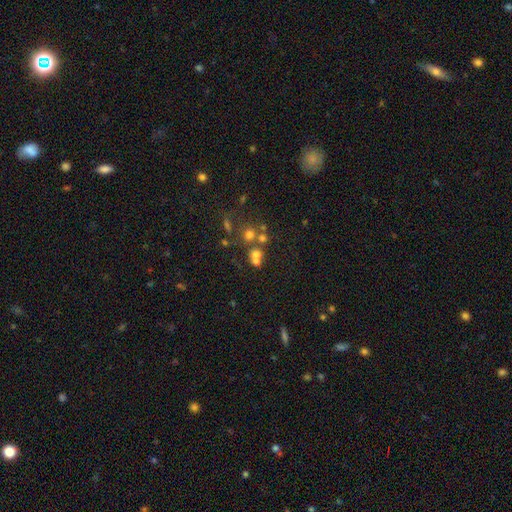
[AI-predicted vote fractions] This appears to be a smooth galaxy with no disk features (57%) that is round (74%). Merging: merger (44%).